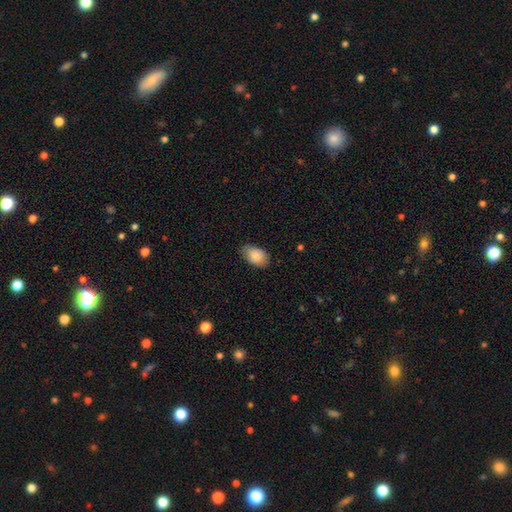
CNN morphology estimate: A smooth galaxy with no disk features (86%) that is in between round and cigar-shaped (92%).

Vote fractions:
- Smooth or featured? smooth: 86% / featured or disk: 8% / star or artifact: 6%
- How rounded? in between: 92% / round: 7% / cigar-shaped: 1%
- Merging? none: 78% / minor disturbance: 18% / major disturbance: 3% / merger: 1%